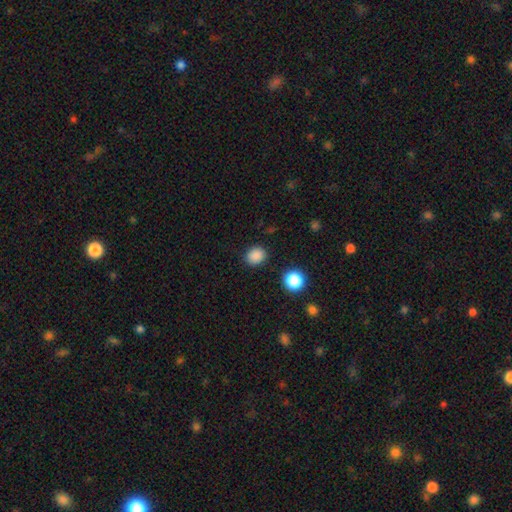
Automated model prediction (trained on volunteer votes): Morphology: type=smooth (85%); roundness=round (68%); merging=none (87%).